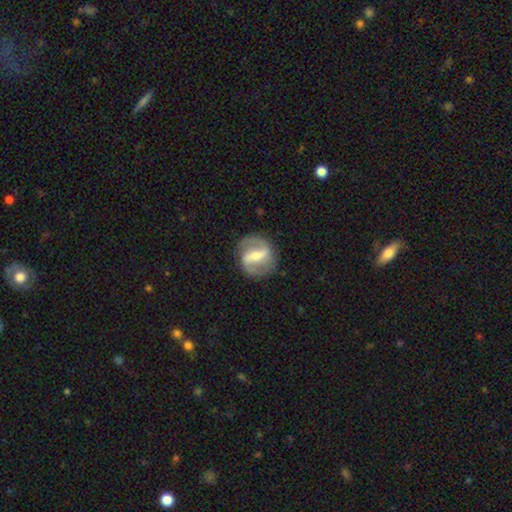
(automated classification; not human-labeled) Overall: featured or disk (85%). Edge-on disk: no (97%). Bar: strong (58%; weak 32%). Spiral arms: yes (92%). Spiral arm count: 2 (91%). Spiral winding: medium (45%; loose 38%). Bulge size: moderate (46%; small 45%). Merging: none (84%).